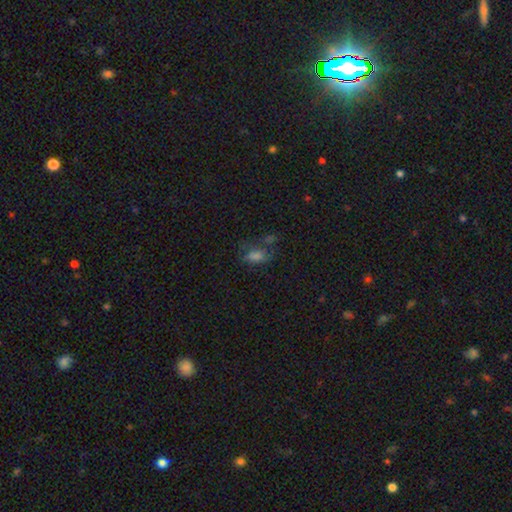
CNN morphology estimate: type=smooth (58%); roundness=in between (80%); merging=none (47%).